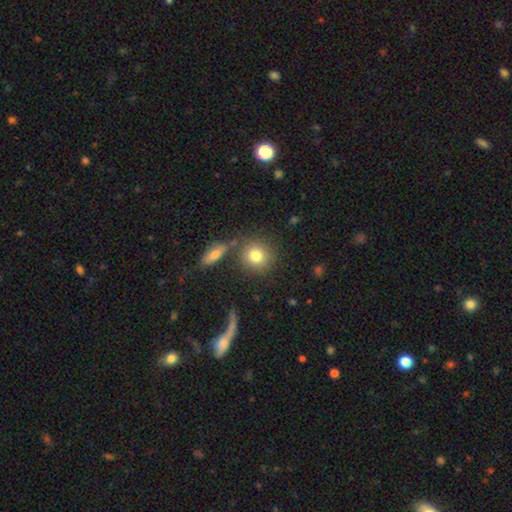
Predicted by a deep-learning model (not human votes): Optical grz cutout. It shows a smooth galaxy with no disk features (81%) that is round (86%). Merging: none (75%).